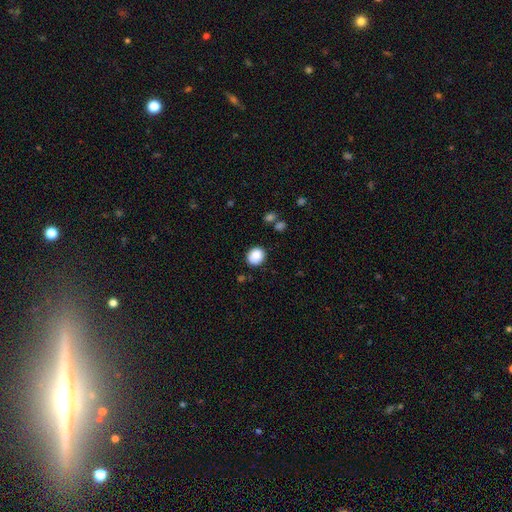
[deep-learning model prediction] The model was most divided on "how rounded": round: 76%, in between: 23%, cigar-shaped: 1%. More confident: smooth or featured — smooth (88%); merging — none (84%).